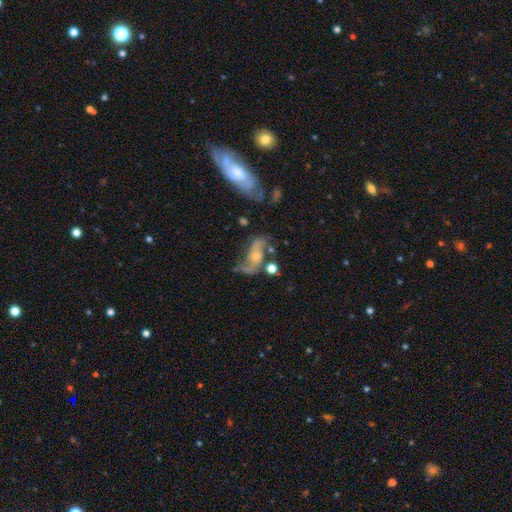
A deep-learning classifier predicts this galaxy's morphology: Q: Smooth or featured?
A: featured or disk (79%); runner-up: smooth (13%)
Q: Edge-on disk?
A: no (95%); runner-up: yes (5%)
Q: Bar?
A: no (61%); runner-up: weak (30%)
Q: Spiral arms?
A: yes (92%); runner-up: no (8%)
Q: Spiral winding?
A: loose (67%); runner-up: medium (26%)
Q: Spiral arm count?
A: 2 (87%); runner-up: can't tell (5%)
Q: Bulge size?
A: small (53%); runner-up: moderate (36%)
Q: Merging?
A: none (44%); runner-up: minor disturbance (22%)